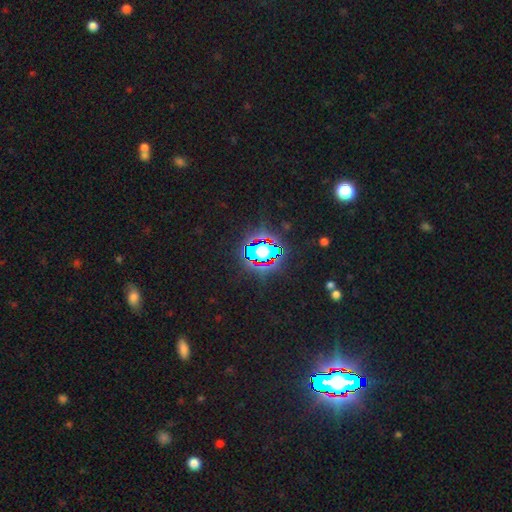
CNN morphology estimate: A star or artifact, not a galaxy (76%).